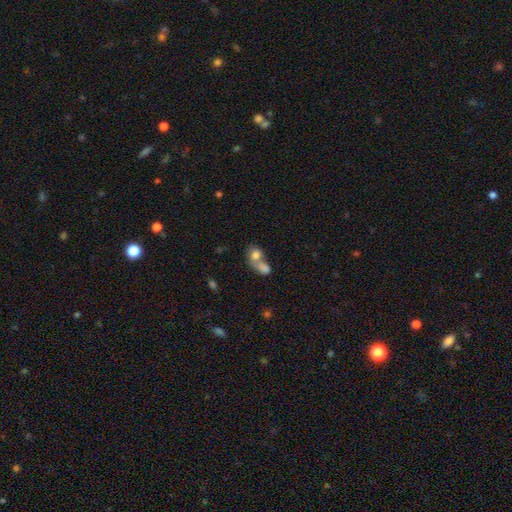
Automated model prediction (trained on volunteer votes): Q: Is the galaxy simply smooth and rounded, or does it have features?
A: smooth — 78%.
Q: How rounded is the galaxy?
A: in between — 51%.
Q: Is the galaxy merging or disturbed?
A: merger — 70%.